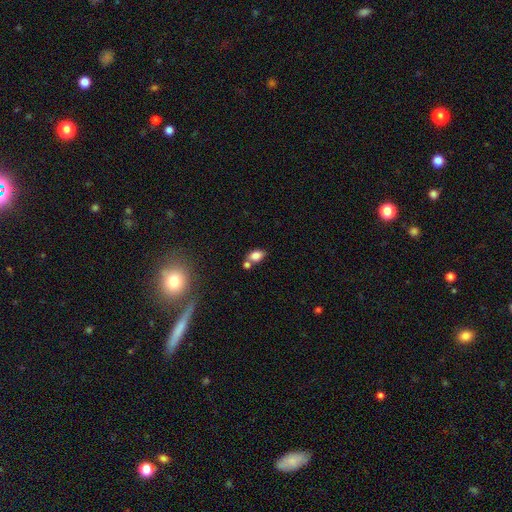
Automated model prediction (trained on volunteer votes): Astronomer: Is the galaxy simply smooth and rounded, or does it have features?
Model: smooth — 79%.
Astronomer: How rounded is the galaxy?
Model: in between — 86%.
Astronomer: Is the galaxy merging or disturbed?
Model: none — 55%.